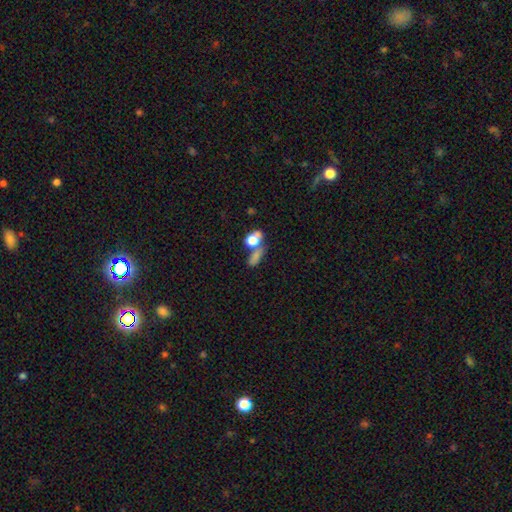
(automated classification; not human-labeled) smooth_or_featured: smooth (p=0.60) [alt: featured or disk p=0.20]
how_rounded: in between (p=0.48) [alt: round p=0.35]
merging: none (p=0.41) [alt: merger p=0.37]